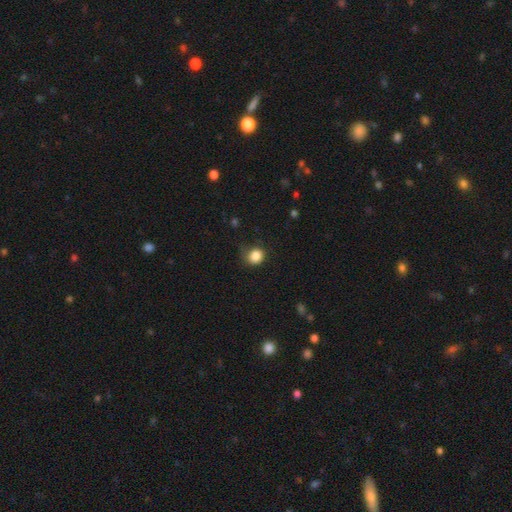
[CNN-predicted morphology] The model was most divided on "merging": none: 64%, minor disturbance: 26%, major disturbance: 9%, merger: 2%. More confident: smooth or featured — smooth (85%); how rounded — round (78%).